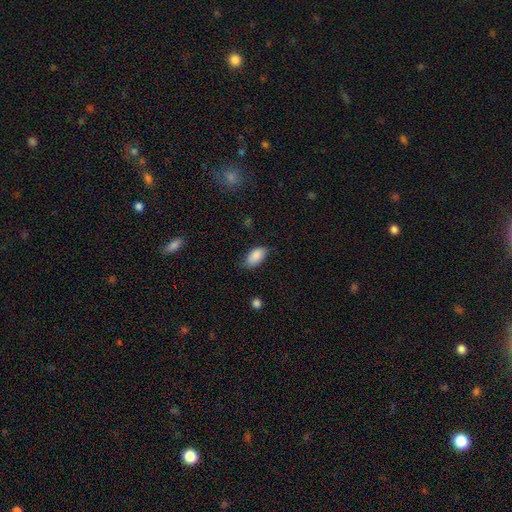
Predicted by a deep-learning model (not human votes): Smooth or featured: smooth — 87% (star or artifact — 7%)
How rounded: in between — 93% (round — 4%)
Merging: none — 73% (minor disturbance — 21%)